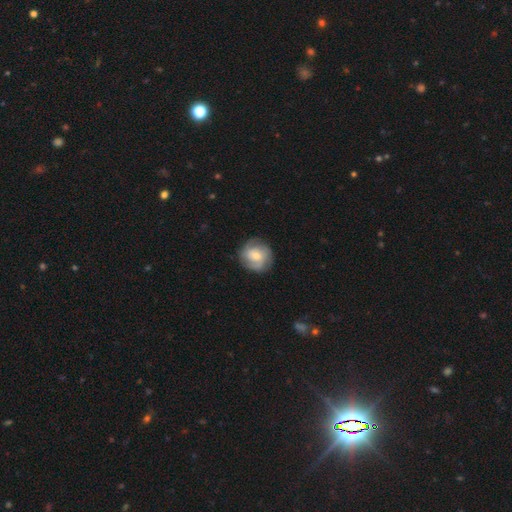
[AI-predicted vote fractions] featured or disk 51%, smooth 42%, star or artifact 7%. Down the decision tree: edge-on disk — no (97%); bar — no (64%); spiral arms — yes (80%); bulge size — moderate (52%); merging — none (78%).